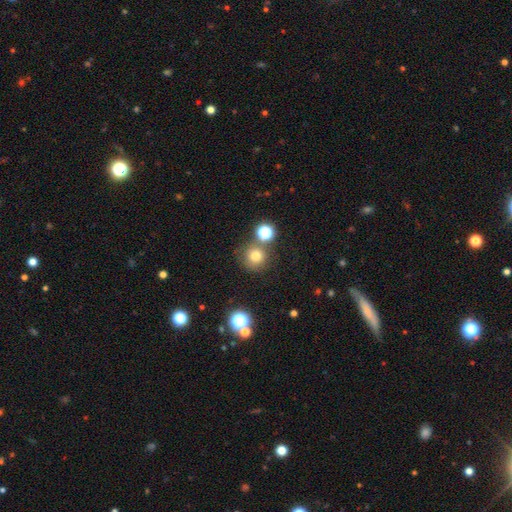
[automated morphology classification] smooth 75%, star or artifact 17%, featured or disk 8%. Down the decision tree: how rounded — round (93%); merging — none (71%).